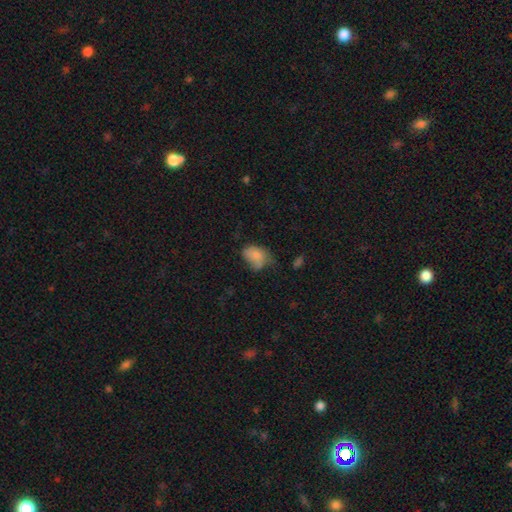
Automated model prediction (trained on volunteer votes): Overall: smooth (75%). How rounded: in between (81%). Merging: minor disturbance (37%; none 31%).